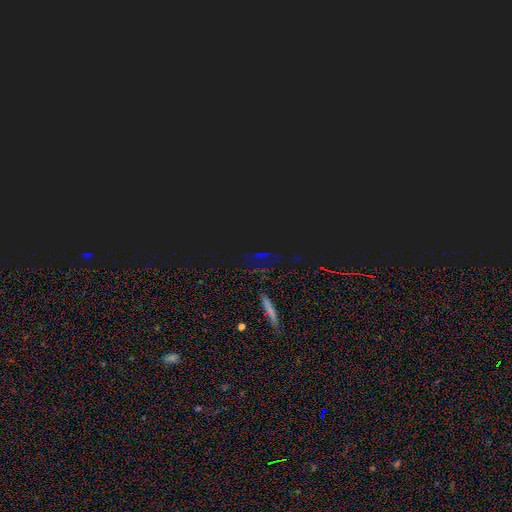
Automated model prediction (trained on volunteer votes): Overall: star or artifact (80%).